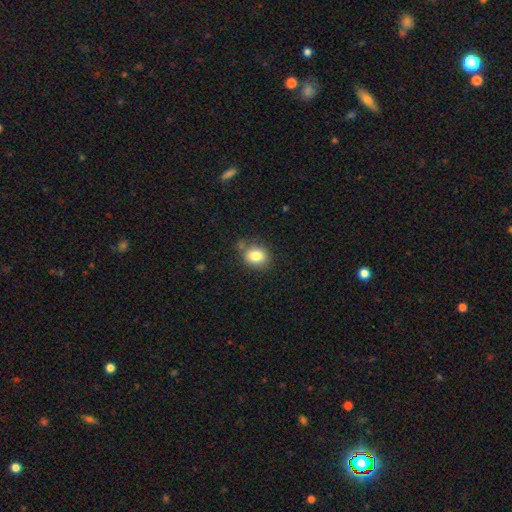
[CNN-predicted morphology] A smooth galaxy with no disk features (82%) that is round (58%). Merging: none (75%).